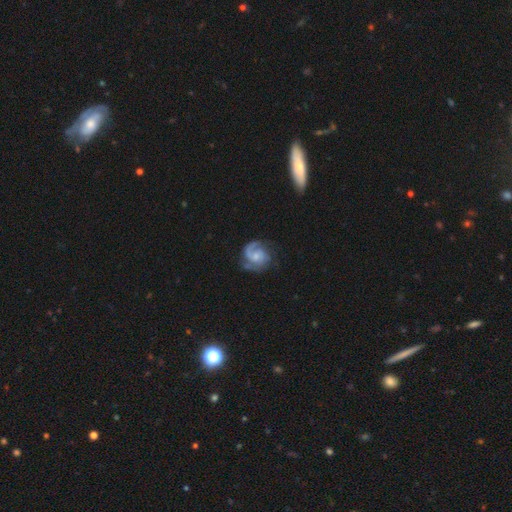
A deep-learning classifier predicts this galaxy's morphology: featured or disk 81%, smooth 13%, star or artifact 6%. Down the decision tree: edge-on disk — no (98%); bar — no (66%); spiral arms — yes (96%); spiral arm count — 2 (61%); spiral winding — medium (44%); bulge size — small (54%); merging — none (67%).